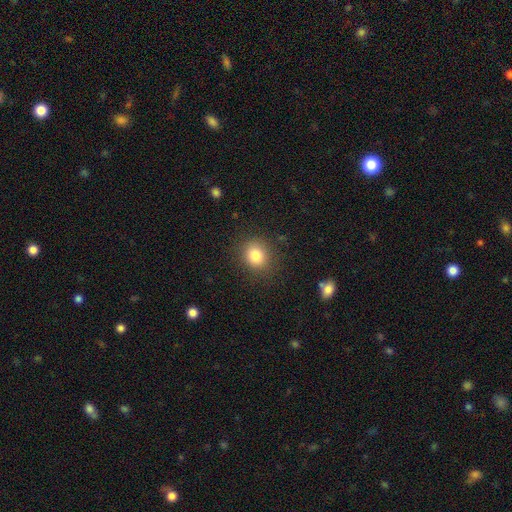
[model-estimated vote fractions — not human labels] Morphology: type=smooth (82%); roundness=round (74%); merging=none (86%).